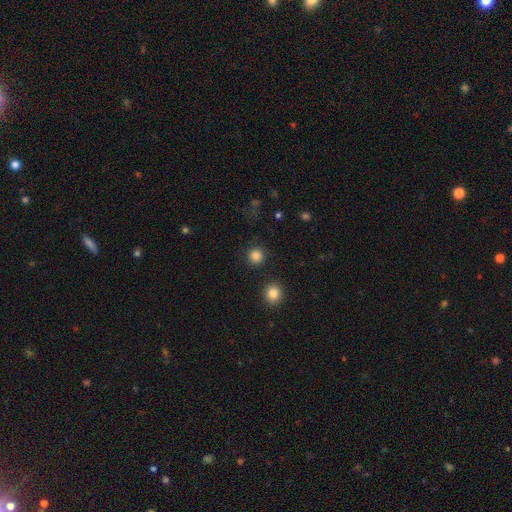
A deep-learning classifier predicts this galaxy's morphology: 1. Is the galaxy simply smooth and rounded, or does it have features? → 85% smooth, 12% star or artifact, 3% featured or disk.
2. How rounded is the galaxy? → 94% round, 5% in between, 1% cigar-shaped.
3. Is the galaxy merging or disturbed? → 91% none, 5% minor disturbance, 2% major disturbance, 2% merger.